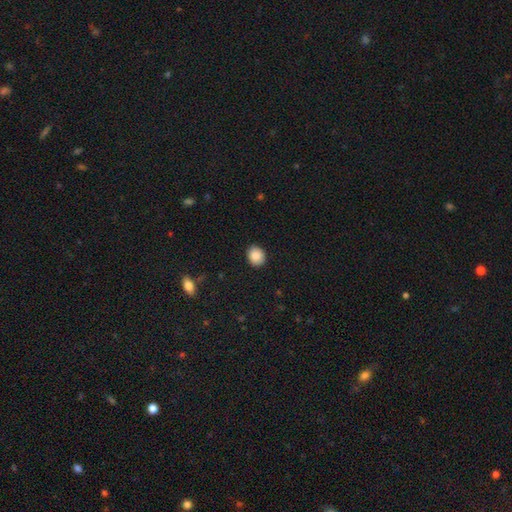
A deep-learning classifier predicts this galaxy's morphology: smooth-or-featured: smooth: 88% | star or artifact: 8% | featured or disk: 4%
  how-rounded: round: 63% | in between: 36% | cigar-shaped: 1%
  merging: none: 88% | minor disturbance: 9% | major disturbance: 2% | merger: 1%